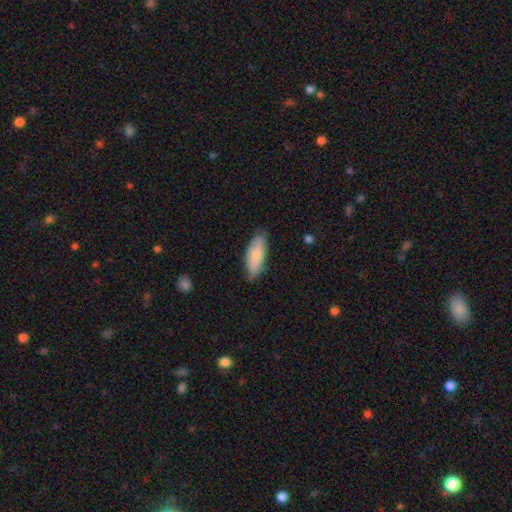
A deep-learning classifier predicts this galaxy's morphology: Q: Smooth or featured?
A: smooth (76%); runner-up: featured or disk (18%)
Q: How rounded?
A: in between (74%); runner-up: cigar-shaped (24%)
Q: Merging?
A: none (74%); runner-up: minor disturbance (21%)